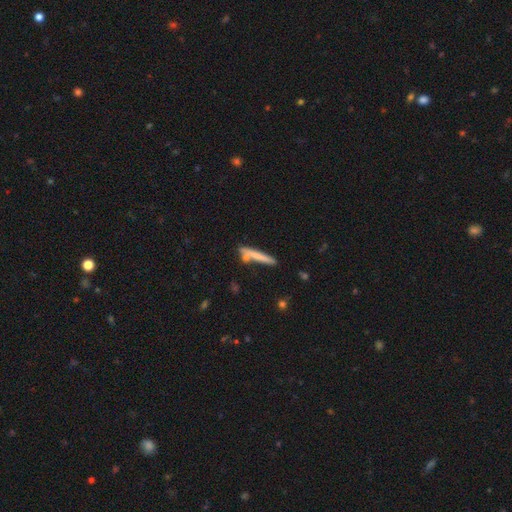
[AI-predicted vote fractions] This appears to be a smooth galaxy with no disk features (65%) that is cigar-shaped (94%). Merging: none (70%).